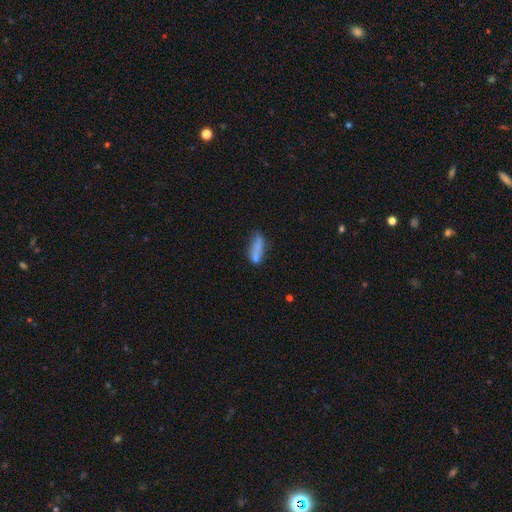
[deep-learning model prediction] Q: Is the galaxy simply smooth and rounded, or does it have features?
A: smooth — 73%.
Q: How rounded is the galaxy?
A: cigar-shaped — 59%.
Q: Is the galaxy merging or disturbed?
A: none — 56%.